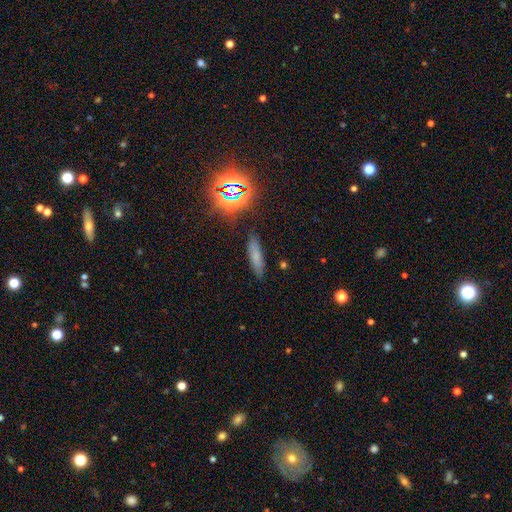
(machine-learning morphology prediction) Smooth or featured? Predicted: smooth (p=0.66). How rounded? Predicted: cigar-shaped (p=0.70). Merging? Predicted: none (p=0.83).